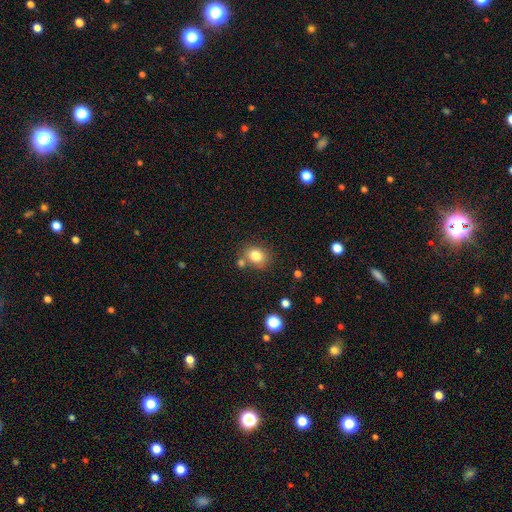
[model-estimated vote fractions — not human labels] smooth 81%, star or artifact 11%, featured or disk 8%. Down the decision tree: how rounded — round (59%); merging — none (69%).